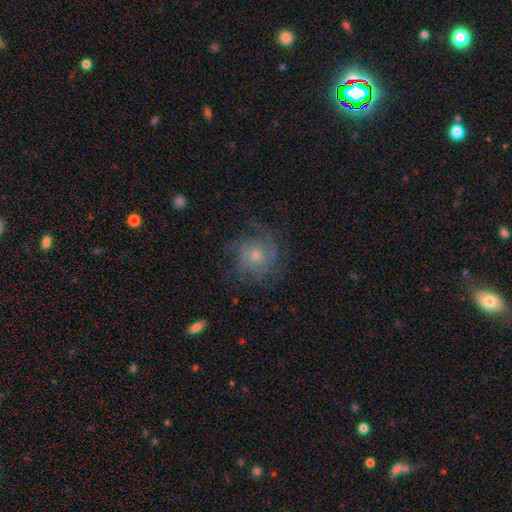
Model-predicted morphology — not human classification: A featured or disk galaxy (53%) with no bar (84%), spiral arms (75%) and a small central bulge (46%, tied with moderate).

Vote fractions:
- Smooth or featured? featured or disk: 53% / smooth: 37% / star or artifact: 11%
- Edge-on disk? no: 97% / yes: 3%
- Bar? no: 84% / weak: 14% / strong: 2%
- Spiral arms? yes: 75% / no: 25%
- Bulge size? small: 46% (tied) / moderate: 46% (tied) / large: 4% / none: 3% / dominant: 1%
- Merging? none: 65% / minor disturbance: 19% / major disturbance: 15% / merger: 1%